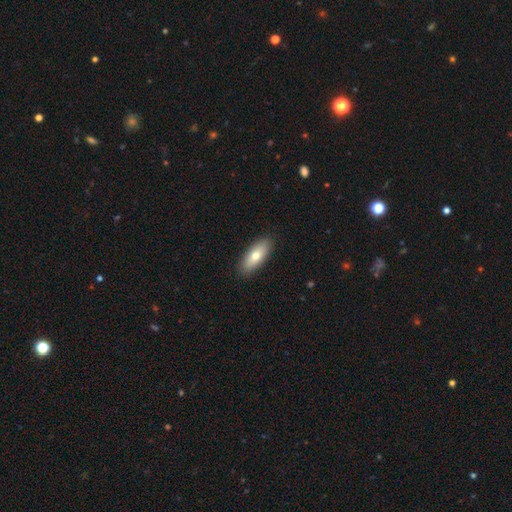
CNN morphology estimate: This appears to be a smooth galaxy with no disk features (72%) that is in between round and cigar-shaped (76%). Merging: none (89%).